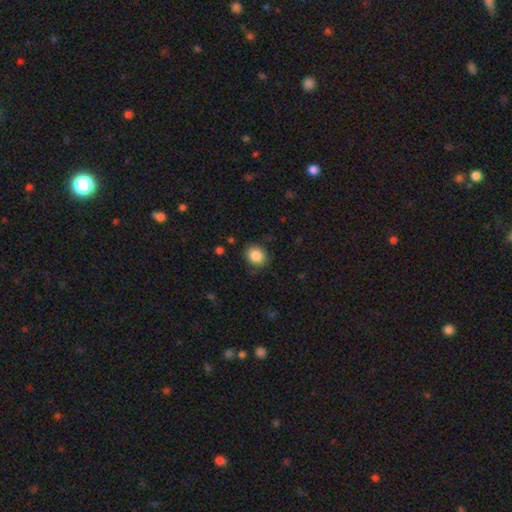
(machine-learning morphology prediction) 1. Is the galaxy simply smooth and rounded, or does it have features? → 86% smooth, 9% star or artifact, 5% featured or disk.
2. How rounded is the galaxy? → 71% round, 28% in between, 1% cigar-shaped.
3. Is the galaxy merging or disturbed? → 84% none, 12% minor disturbance, 3% major disturbance, 1% merger.